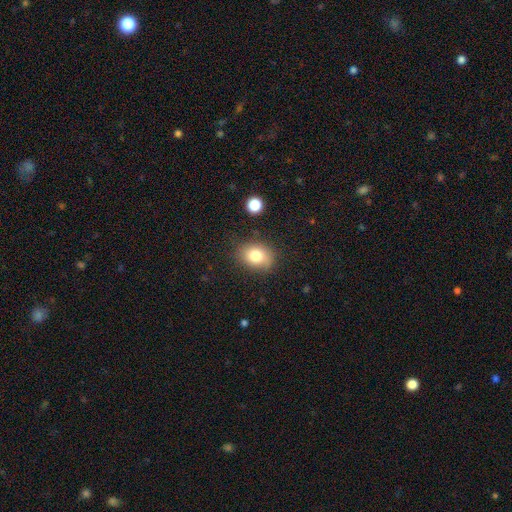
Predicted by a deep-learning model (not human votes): Overall: smooth (79%). How rounded: in between (63%; round 36%). Merging: none (79%).